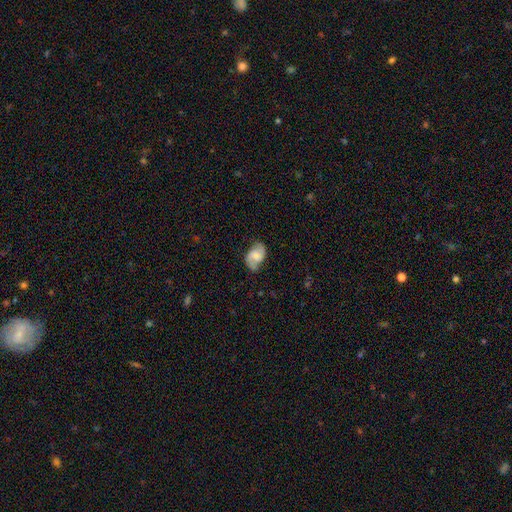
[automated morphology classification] smooth_or_featured: featured or disk (p=0.65) [alt: smooth p=0.28]
disk_edge_on: no (p=0.97) [alt: yes p=0.03]
bar: weak (p=0.47) [alt: no p=0.39]
has_spiral_arms: yes (p=0.93) [alt: no p=0.07]
spiral_winding: medium (p=0.45) [alt: loose p=0.36]
spiral_arm_count: 2 (p=0.88) [alt: can't tell p=0.05]
bulge_size: moderate (p=0.33) [alt: small p=0.29]
merging: none (p=0.71) [alt: minor disturbance p=0.21]